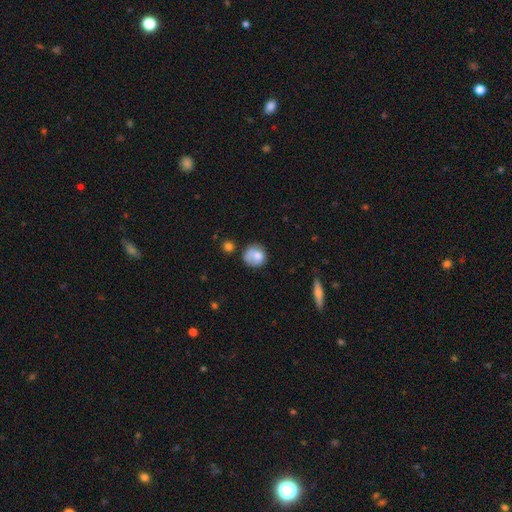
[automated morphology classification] smooth_or_featured: smooth (p=0.74) [alt: featured or disk p=0.17]
how_rounded: round (p=0.78) [alt: in between p=0.21]
merging: none (p=0.49) [alt: minor disturbance p=0.26]